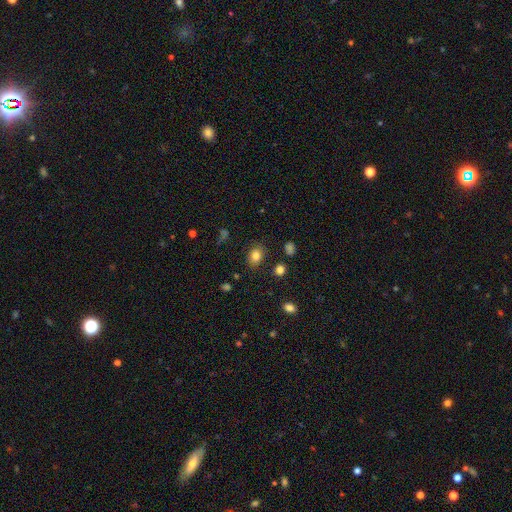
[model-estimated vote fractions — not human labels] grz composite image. It shows a smooth galaxy with no disk features (81%) that is in between round and cigar-shaped (64%). Merging: none (84%).